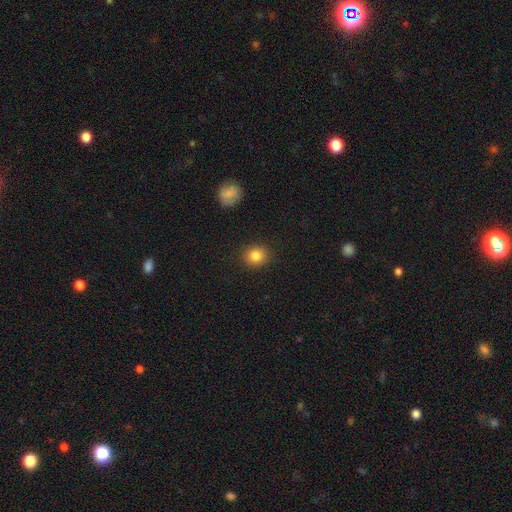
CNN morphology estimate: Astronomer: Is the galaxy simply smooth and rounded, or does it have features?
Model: smooth — 85%.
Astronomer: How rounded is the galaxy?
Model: round — 82%.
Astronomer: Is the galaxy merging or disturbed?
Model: none — 90%.